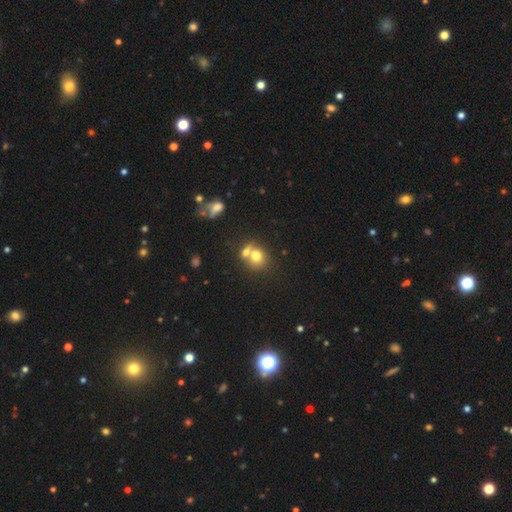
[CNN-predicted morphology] Q: Smooth or featured?
A: smooth (73%); runner-up: featured or disk (15%)
Q: How rounded?
A: round (70%); runner-up: in between (28%)
Q: Merging?
A: merger (49%); runner-up: none (38%)